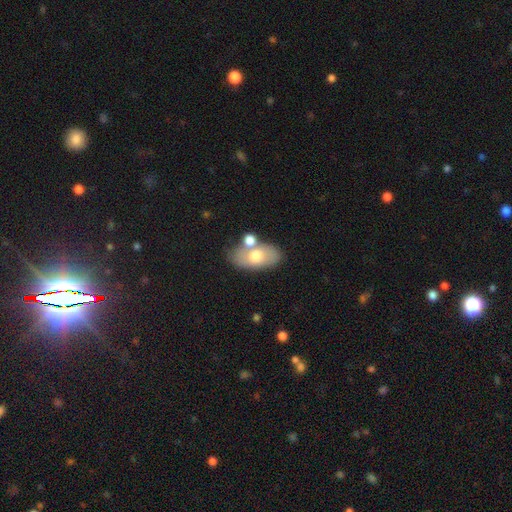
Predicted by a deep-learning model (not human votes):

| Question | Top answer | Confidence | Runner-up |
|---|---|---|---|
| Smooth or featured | smooth | 65% | featured or disk (28%) |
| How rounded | in between | 90% | round (7%) |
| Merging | none | 61% | merger (21%) |